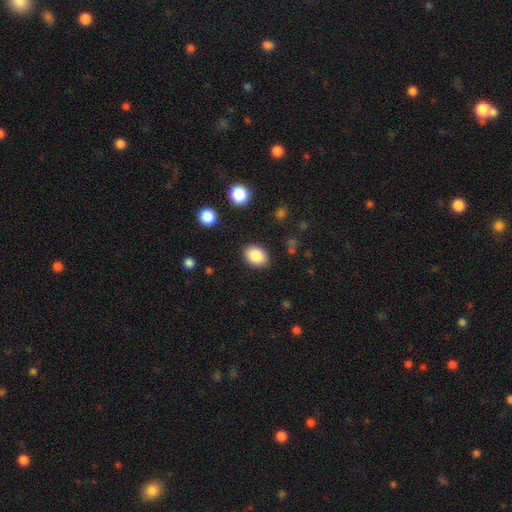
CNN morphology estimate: Overall: smooth (86%). How rounded: in between (69%; round 30%). Merging: none (87%).